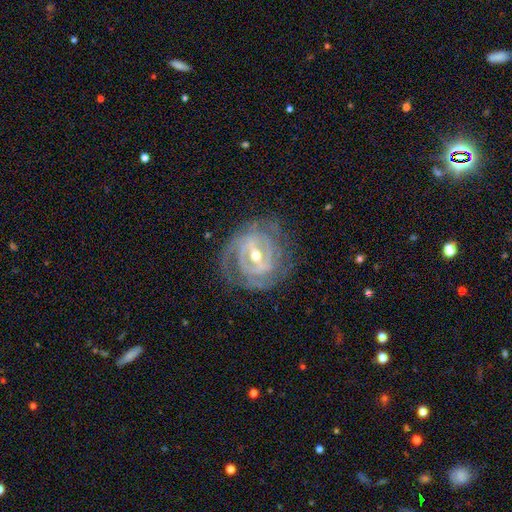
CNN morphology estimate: This appears to be a featured or disk galaxy (89%) with a strong bar (54%), tight (69%) spiral arms (91%) and a moderate central bulge (61%). Merging: none (74%).